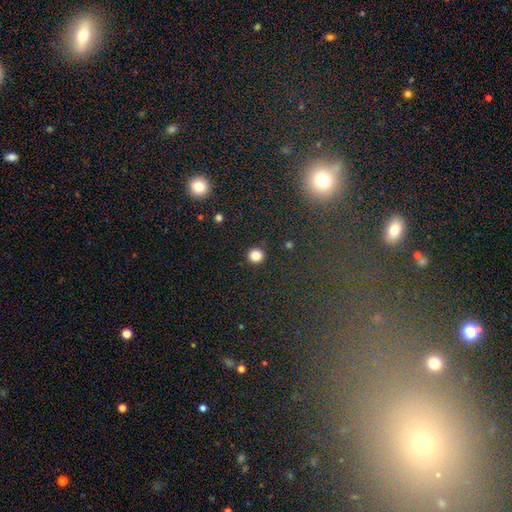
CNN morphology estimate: Smooth or featured? Predicted: smooth (p=0.83). How rounded? Predicted: round (p=0.92). Merging? Predicted: none (p=0.93).